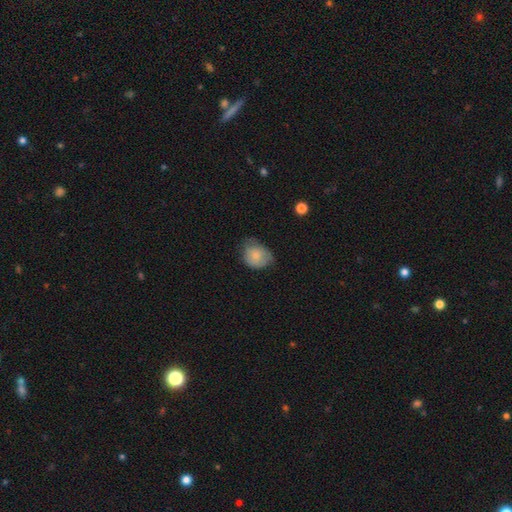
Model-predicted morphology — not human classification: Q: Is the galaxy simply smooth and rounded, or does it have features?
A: smooth — 75%.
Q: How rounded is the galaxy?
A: round — 51%.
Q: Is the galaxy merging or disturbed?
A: none — 46%.